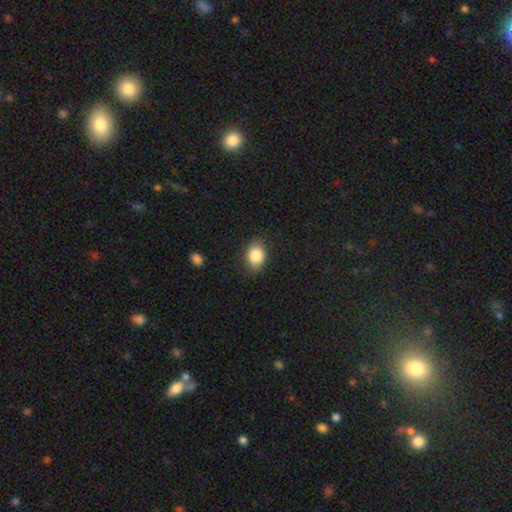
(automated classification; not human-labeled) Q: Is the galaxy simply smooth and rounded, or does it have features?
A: smooth — 85%.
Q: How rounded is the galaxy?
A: in between — 68%.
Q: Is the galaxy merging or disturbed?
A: none — 80%.